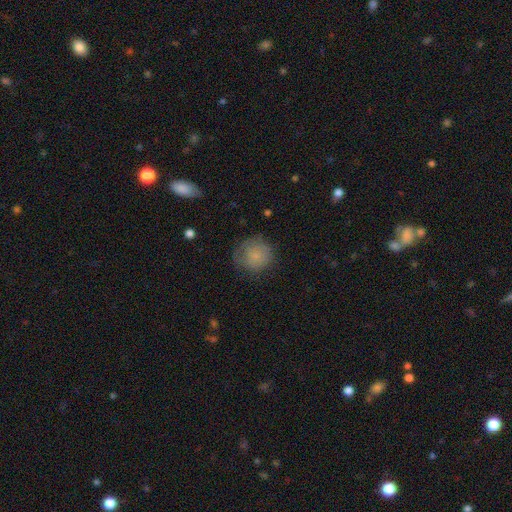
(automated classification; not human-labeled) The model was most divided on "merging": none: 65%, minor disturbance: 23%, major disturbance: 11%, merger: 1%. More confident: how rounded — round (88%); smooth or featured — smooth (78%).